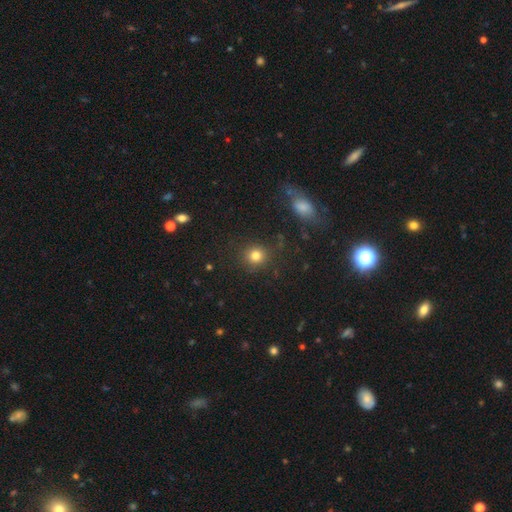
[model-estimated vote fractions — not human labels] Smooth or featured: smooth — 80% (star or artifact — 14%)
How rounded: round — 89% (in between — 10%)
Merging: none — 86% (minor disturbance — 8%)